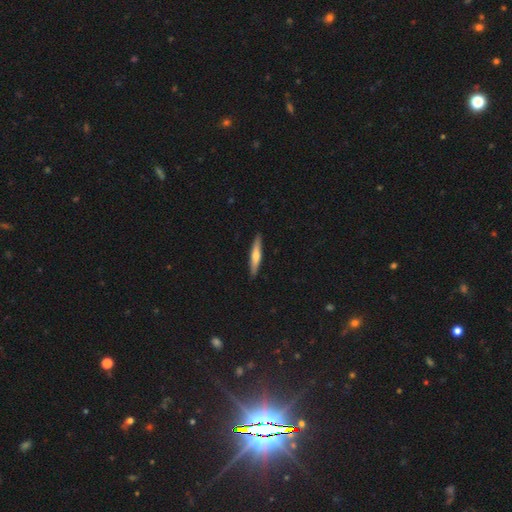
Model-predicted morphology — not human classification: Smooth or featured? Predicted: smooth (p=0.50). How rounded? Predicted: cigar-shaped (p=0.90). Merging? Predicted: none (p=0.91).